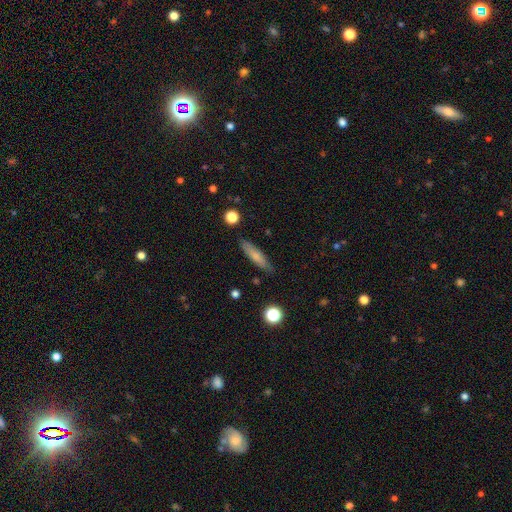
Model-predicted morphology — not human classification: smooth 72%, featured or disk 21%, star or artifact 7%. Down the decision tree: how rounded — cigar-shaped (78%); merging — none (84%).